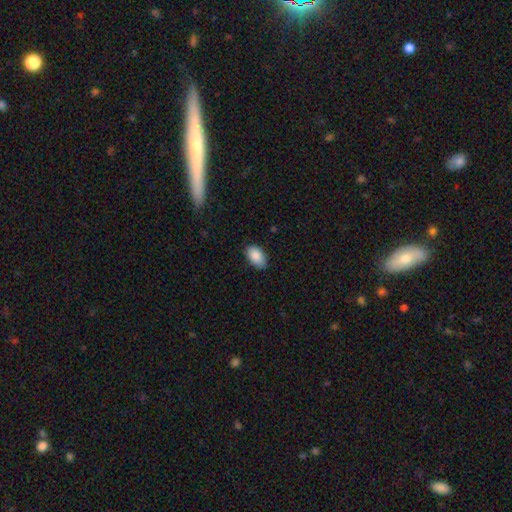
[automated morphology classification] This is clearly a smooth galaxy (89%). How rounded: clearly in between (93%). Merging: clearly none (84%).